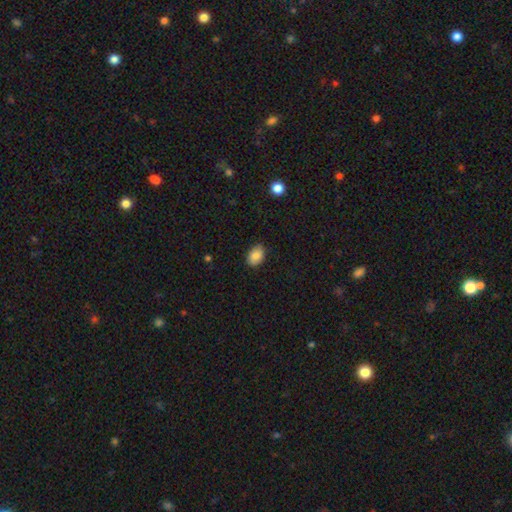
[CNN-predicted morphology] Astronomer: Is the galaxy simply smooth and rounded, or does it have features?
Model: smooth — 86%.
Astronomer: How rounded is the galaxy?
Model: in between — 83%.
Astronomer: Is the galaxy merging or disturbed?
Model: none — 84%.